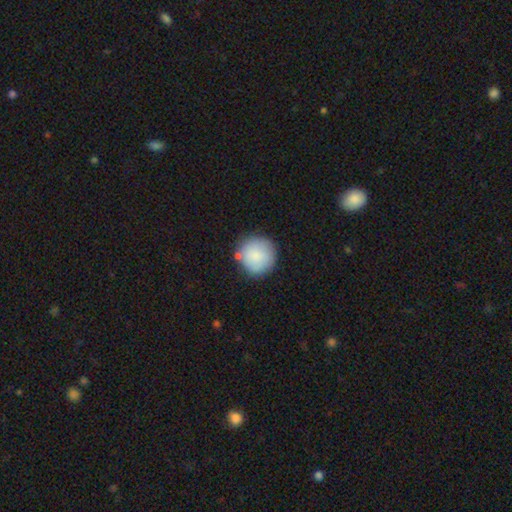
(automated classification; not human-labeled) smooth_or_featured: smooth (p=0.85) [alt: featured or disk p=0.08]
how_rounded: round (p=0.94) [alt: in between p=0.05]
merging: none (p=0.76) [alt: minor disturbance p=0.14]